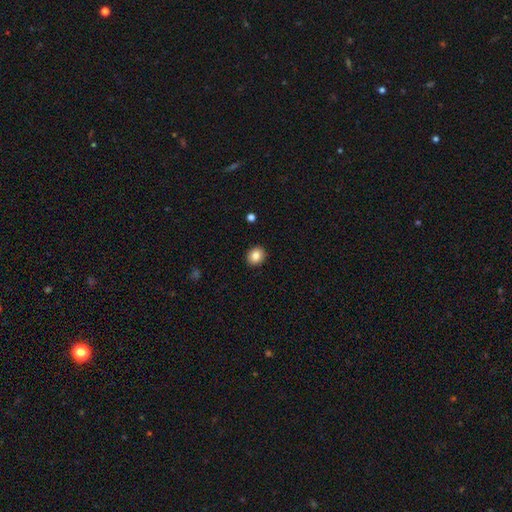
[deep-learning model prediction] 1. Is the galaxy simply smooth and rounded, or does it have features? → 85% smooth, 9% star or artifact, 6% featured or disk.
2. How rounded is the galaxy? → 66% round, 33% in between, 1% cigar-shaped.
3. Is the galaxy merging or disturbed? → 91% none, 6% minor disturbance, 2% major disturbance, 1% merger.